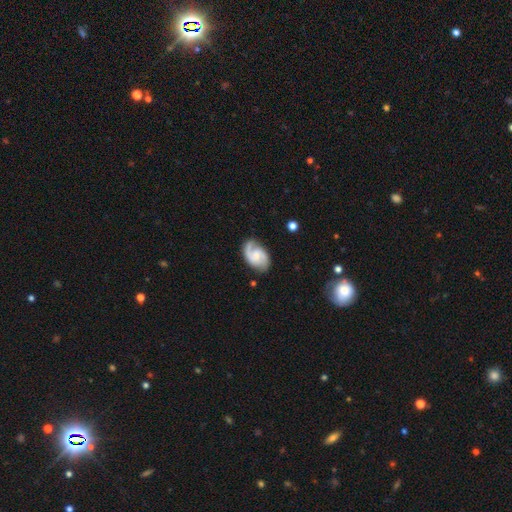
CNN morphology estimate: Q: Smooth or featured?
A: featured or disk (80%); runner-up: smooth (14%)
Q: Edge-on disk?
A: no (97%); runner-up: yes (3%)
Q: Bar?
A: no (49%); runner-up: weak (43%)
Q: Spiral arms?
A: yes (96%); runner-up: no (4%)
Q: Spiral winding?
A: medium (49%); runner-up: tight (25%)
Q: Spiral arm count?
A: 2 (85%); runner-up: 1 (7%)
Q: Bulge size?
A: small (48%); runner-up: moderate (34%)
Q: Merging?
A: none (74%); runner-up: minor disturbance (18%)